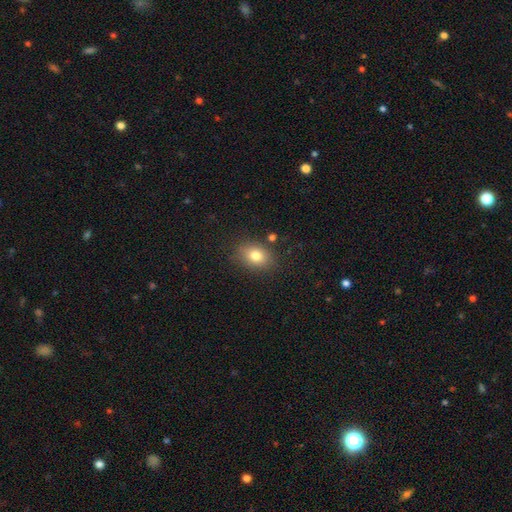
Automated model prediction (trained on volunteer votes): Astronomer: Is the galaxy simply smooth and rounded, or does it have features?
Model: smooth — 80%.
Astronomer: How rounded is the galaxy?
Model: in between — 68%.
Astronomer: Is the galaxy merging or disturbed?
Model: none — 81%.